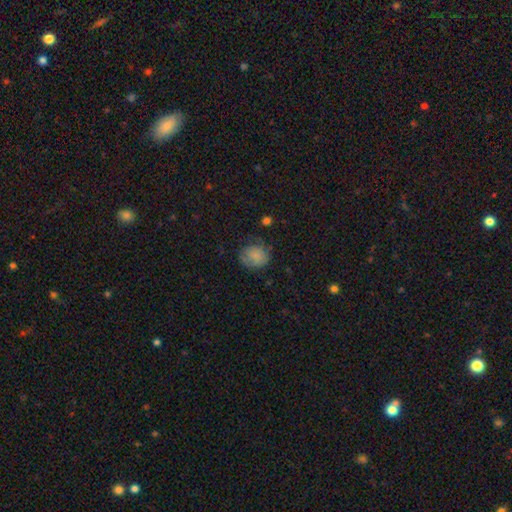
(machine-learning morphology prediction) smooth-or-featured: smooth: 78% | featured or disk: 13% | star or artifact: 9%
  how-rounded: round: 72% | in between: 27% | cigar-shaped: 1%
  merging: none: 63% | minor disturbance: 25% | major disturbance: 10% | merger: 2%